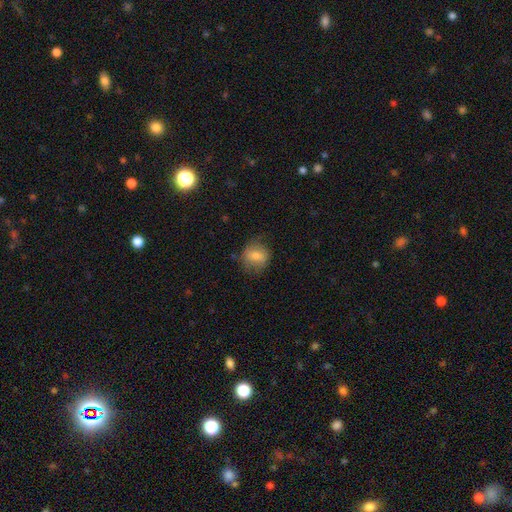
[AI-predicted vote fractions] Morphology: type=smooth (71%); roundness=round (69%); merging=none (72%).